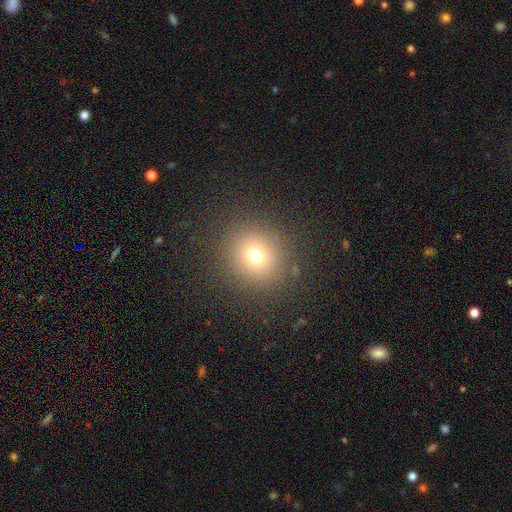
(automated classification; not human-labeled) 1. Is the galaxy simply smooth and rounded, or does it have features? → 71% smooth, 19% star or artifact, 10% featured or disk.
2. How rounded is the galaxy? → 88% round, 11% in between, 1% cigar-shaped.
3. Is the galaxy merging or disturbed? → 87% none, 7% minor disturbance, 4% major disturbance, 1% merger.